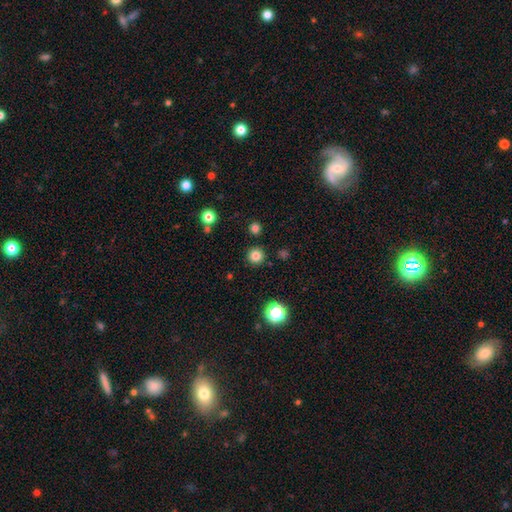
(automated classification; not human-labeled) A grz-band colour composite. It shows a smooth galaxy with no disk features (81%) that is round (95%). Merging: none (91%).